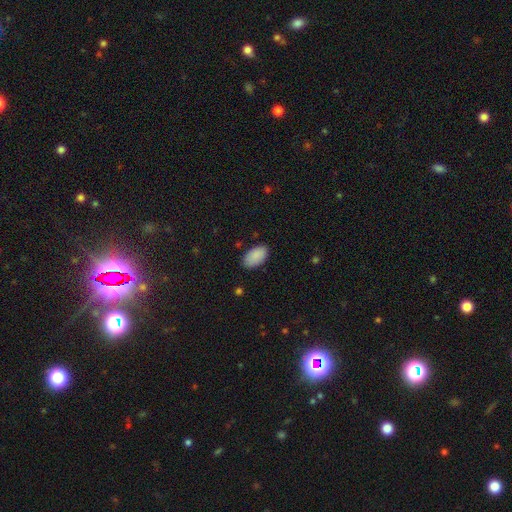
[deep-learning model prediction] smooth_or_featured: smooth (p=0.90) [alt: star or artifact p=0.06]
how_rounded: in between (p=0.95) [alt: round p=0.04]
merging: none (p=0.86) [alt: minor disturbance p=0.11]